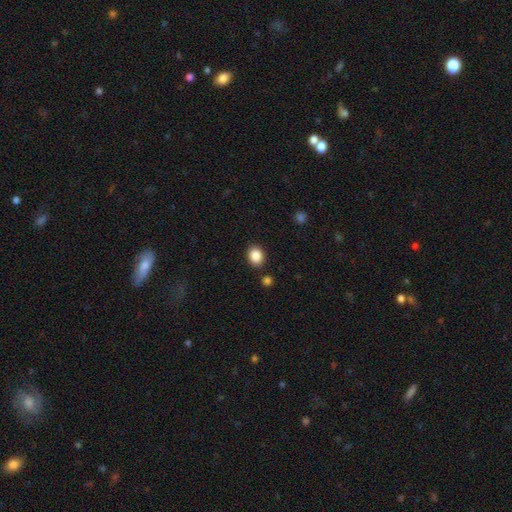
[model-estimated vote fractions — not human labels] Morphology: type=smooth (87%); roundness=in between (50%); merging=none (86%).